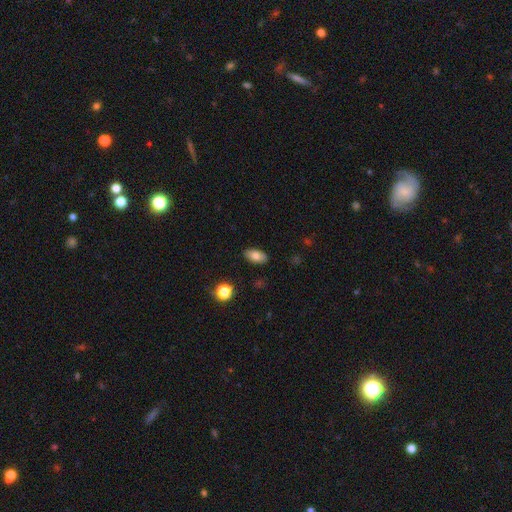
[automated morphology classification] smooth 77%, featured or disk 15%, star or artifact 8%. Down the decision tree: how rounded — in between (92%); merging — none (87%).